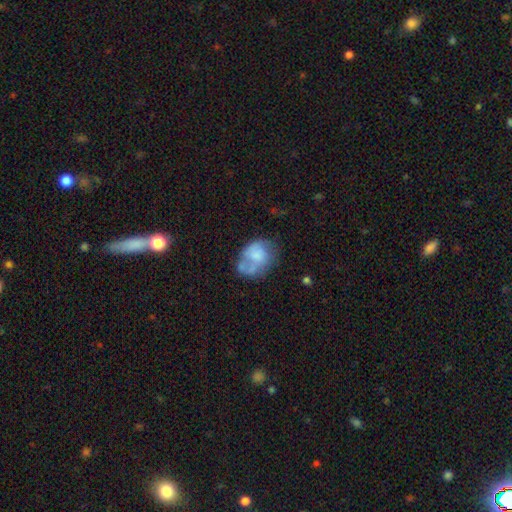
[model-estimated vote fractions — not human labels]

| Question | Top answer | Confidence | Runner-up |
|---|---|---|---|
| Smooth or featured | smooth | 52% | featured or disk (40%) |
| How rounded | in between | 63% | round (36%) |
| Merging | none | 35% | minor disturbance (27%) |